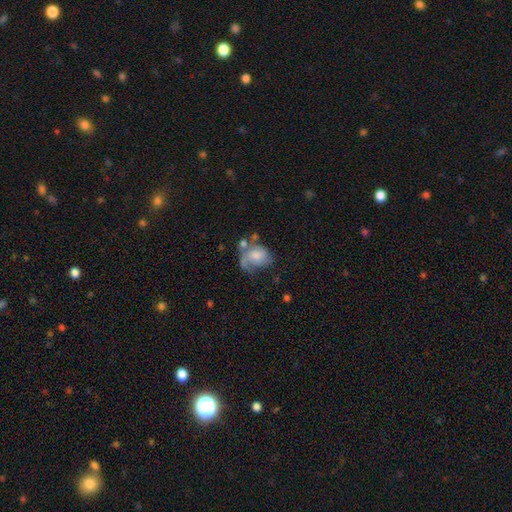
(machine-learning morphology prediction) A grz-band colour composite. It shows a smooth galaxy with no disk features (51%) that is in between round and cigar-shaped (60%). Merging: major disturbance (34%).